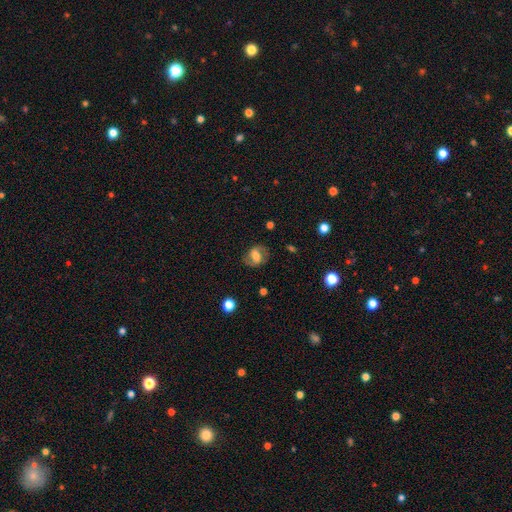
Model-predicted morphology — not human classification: Smooth or featured?
  - featured or disk: 59% *
  - smooth: 32%
  - star or artifact: 9%
Edge-on disk?
  - no: 96% *
  - yes: 4%
Bar?
  - weak: 43% *
  - strong: 34%
  - no: 23%
Spiral arms?
  - yes: 84% *
  - no: 16%
Bulge size?
  - moderate: 46% *
  - large: 25%
  - small: 19%
  - none: 7%
  - dominant: 3%
Merging?
  - none: 77% *
  - minor disturbance: 15%
  - major disturbance: 7%
  - merger: 1%